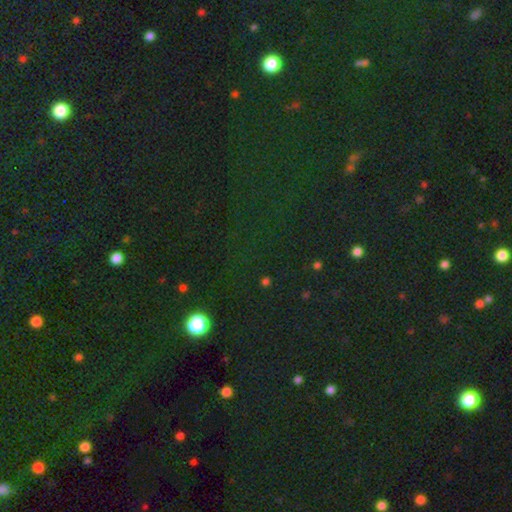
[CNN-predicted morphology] This is likely a star or artifact rather than a galaxy (75%).